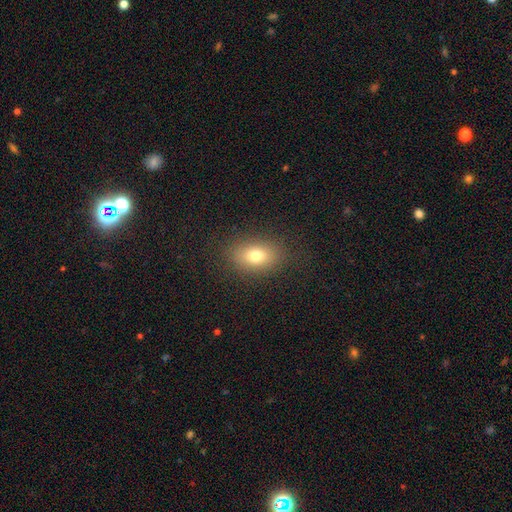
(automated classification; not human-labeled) Smooth or featured: smooth — 77% (featured or disk — 12%)
How rounded: in between — 80% (round — 18%)
Merging: none — 86% (minor disturbance — 9%)